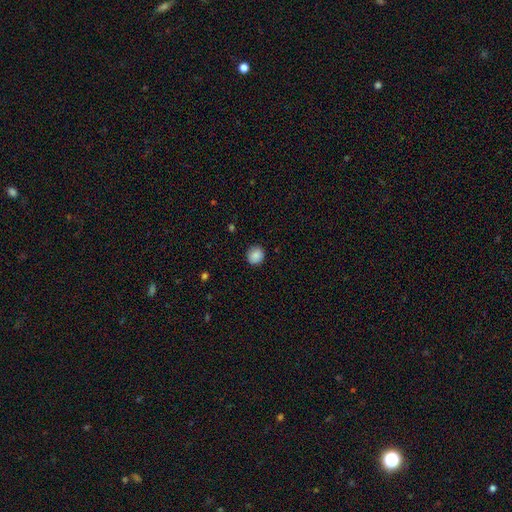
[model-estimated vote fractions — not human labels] This is clearly a smooth galaxy (87%). How rounded: clearly round (86%). Merging: clearly none (88%).